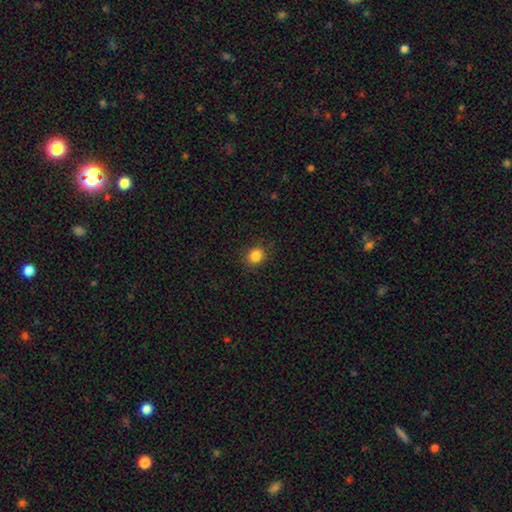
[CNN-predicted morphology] This appears to be a smooth galaxy with no disk features (85%) that is round (75%). Merging: none (87%).